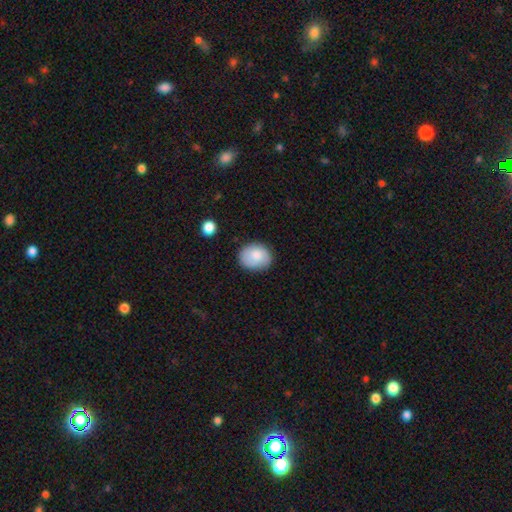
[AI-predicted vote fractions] This appears to be a smooth galaxy with no disk features (82%) that is round (53%). Merging: none (78%).